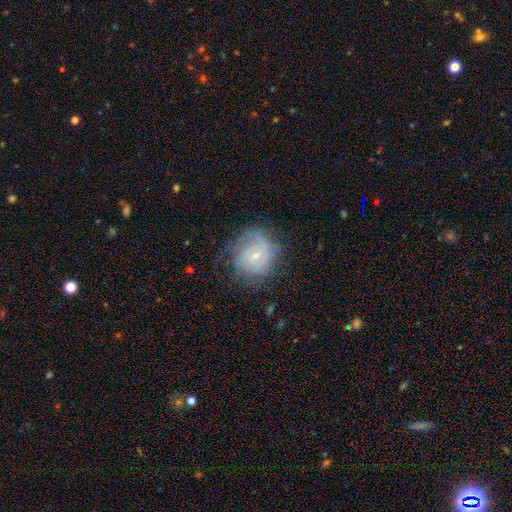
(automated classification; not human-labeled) This appears to be a featured or disk galaxy (69%) with no bar (54%), tight (61%) spiral arms (89%) and a small central bulge (73%). Merging: none (67%).